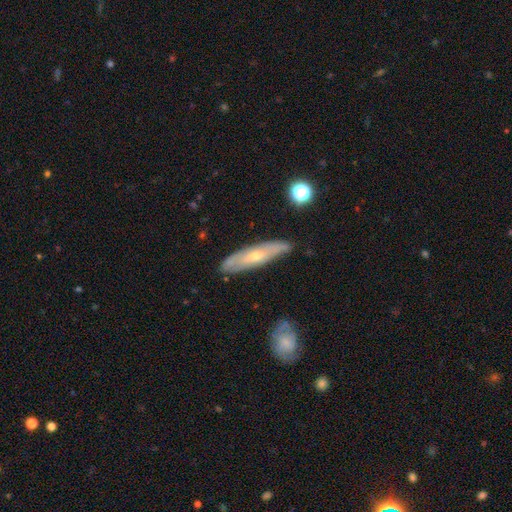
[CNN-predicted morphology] The model was most divided on "edge-on disk": no: 51%, yes: 49%. More confident: merging — none (80%); smooth or featured — featured or disk (55%).